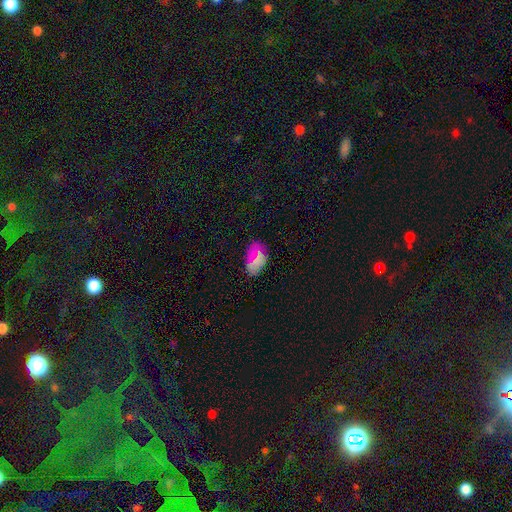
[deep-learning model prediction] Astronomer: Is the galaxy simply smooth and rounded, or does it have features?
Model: smooth — 66%.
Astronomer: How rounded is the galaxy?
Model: in between — 92%.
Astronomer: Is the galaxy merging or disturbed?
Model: none — 69%.